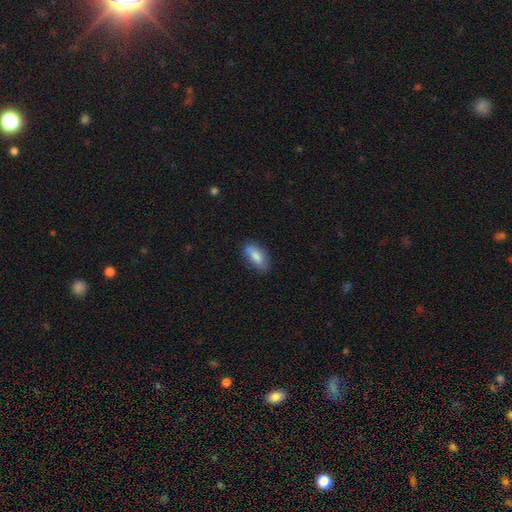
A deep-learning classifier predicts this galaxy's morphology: A smooth galaxy with no disk features (81%) that is in between round and cigar-shaped (85%).

Vote fractions:
- Smooth or featured? smooth: 81% / featured or disk: 13% / star or artifact: 7%
- How rounded? in between: 85% / cigar-shaped: 12% / round: 3%
- Merging? none: 76% / minor disturbance: 19% / major disturbance: 3% / merger: 2%